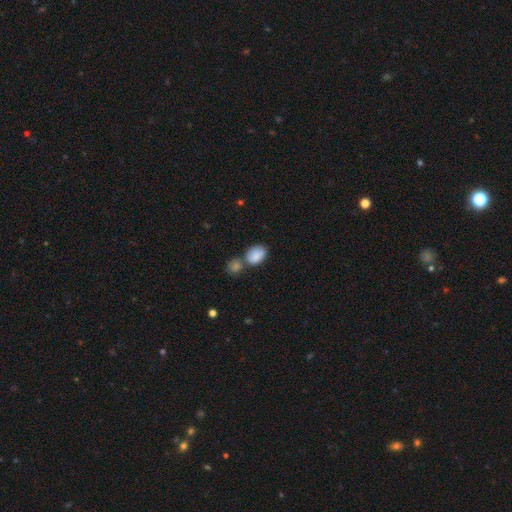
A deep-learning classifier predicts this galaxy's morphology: smooth 83%, featured or disk 9%, star or artifact 8%. Down the decision tree: how rounded — in between (79%); merging — merger (44%).